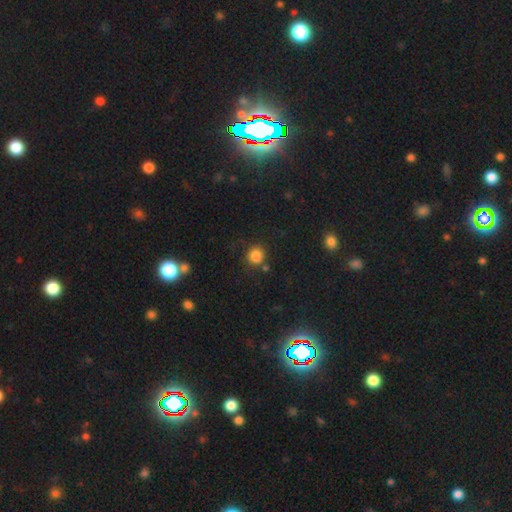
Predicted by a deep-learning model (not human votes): Smooth or featured? Predicted: smooth (p=0.83). How rounded? Predicted: round (p=0.87). Merging? Predicted: none (p=0.74).